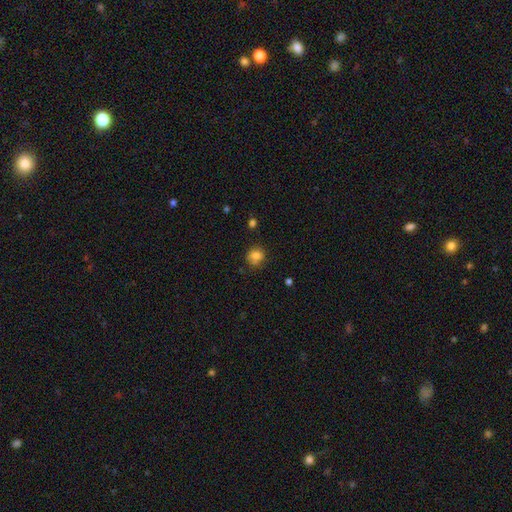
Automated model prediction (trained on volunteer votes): Smooth or featured? smooth (78%)
How rounded? round (72%)
Merging? none (65%)